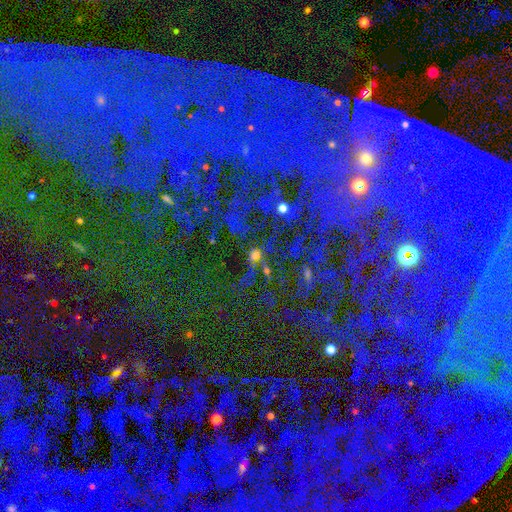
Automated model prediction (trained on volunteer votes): The model was most divided on "smooth or featured": star or artifact: 52%, smooth: 27%, featured or disk: 20%.